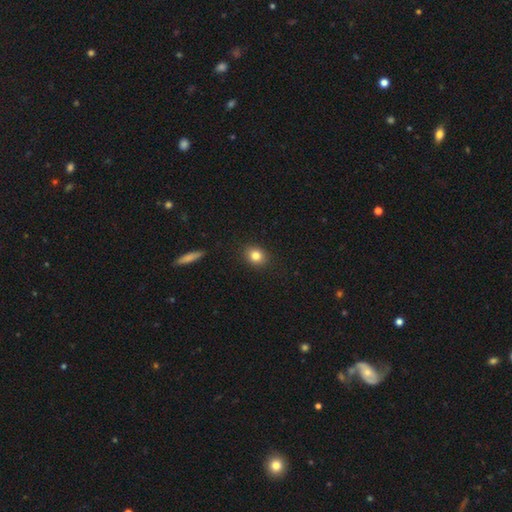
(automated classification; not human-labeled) A smooth galaxy with no disk features (82%) that is round (63%). Merging: none (89%).